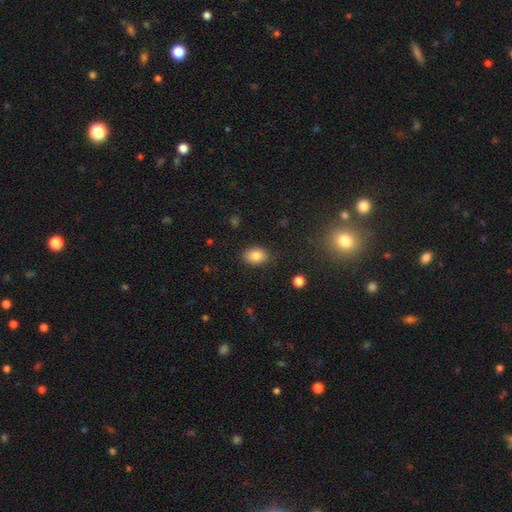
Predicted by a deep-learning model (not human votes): A smooth galaxy with no disk features (84%) that is in between round and cigar-shaped (80%).

Vote fractions:
- Smooth or featured? smooth: 84% / star or artifact: 9% / featured or disk: 7%
- How rounded? in between: 80% / round: 19% / cigar-shaped: 1%
- Merging? none: 85% / minor disturbance: 11% / major disturbance: 3% / merger: 1%